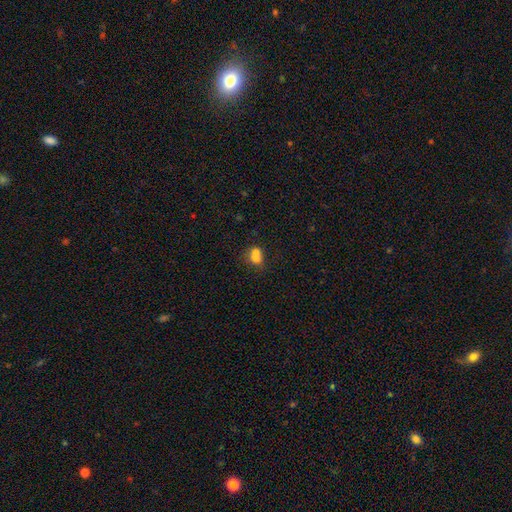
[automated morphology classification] The model was most divided on "how rounded": round: 55%, in between: 44%, cigar-shaped: 1%. More confident: smooth or featured — smooth (71%); merging — merger (61%).